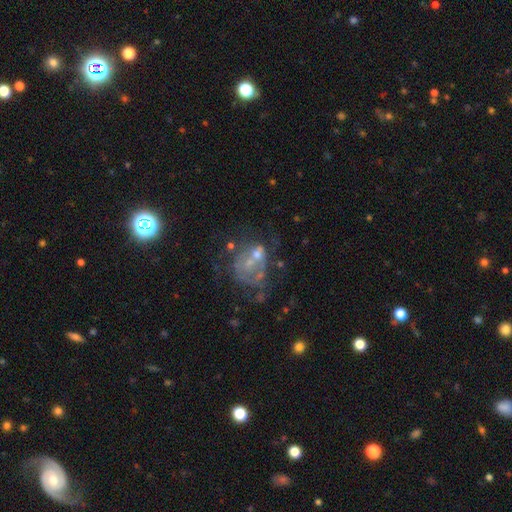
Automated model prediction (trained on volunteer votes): This appears to be a featured or disk galaxy (62%) with no bar (85%), no spiral arms (71%) and a small central bulge (40%). Merging: none (32%).